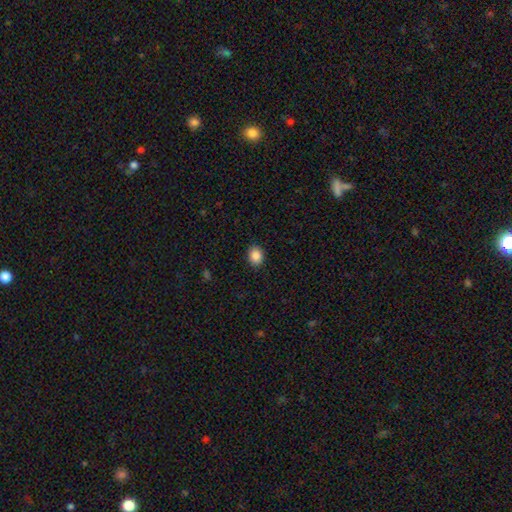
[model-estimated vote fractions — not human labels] This is clearly a smooth galaxy (88%). How rounded: possibly in between (51%). Merging: clearly none (89%).